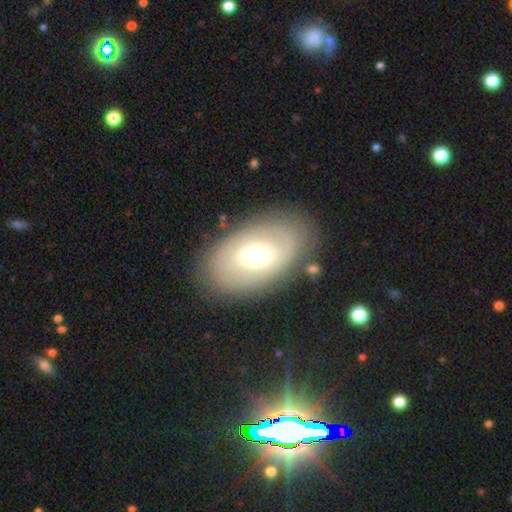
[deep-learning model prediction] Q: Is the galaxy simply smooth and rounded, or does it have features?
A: featured or disk — 56%.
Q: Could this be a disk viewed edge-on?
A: no — 92%.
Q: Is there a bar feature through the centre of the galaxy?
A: no — 45%.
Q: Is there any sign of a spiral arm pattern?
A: yes — 56%.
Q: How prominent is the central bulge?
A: moderate — 62%.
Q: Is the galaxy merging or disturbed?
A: none — 79%.